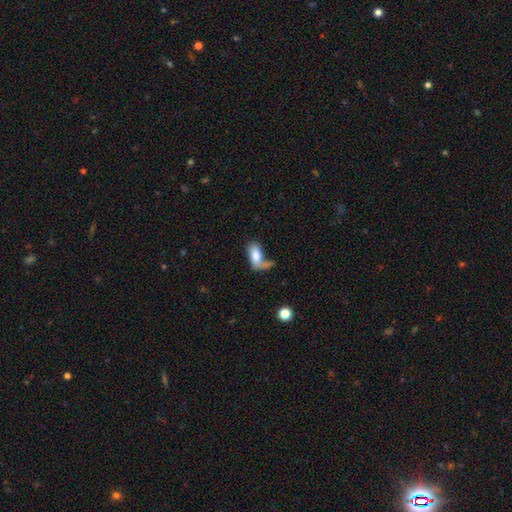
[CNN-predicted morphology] Q: Smooth or featured?
A: smooth (75%); runner-up: featured or disk (18%)
Q: How rounded?
A: in between (89%); runner-up: cigar-shaped (6%)
Q: Merging?
A: none (31%); runner-up: major disturbance (29%)